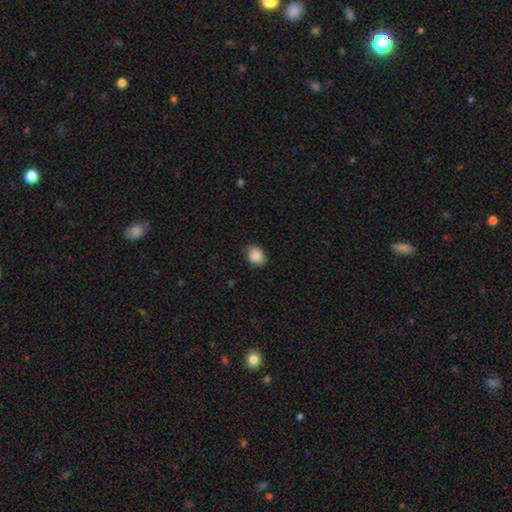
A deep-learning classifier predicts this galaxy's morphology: Overall: smooth (87%). How rounded: in between (55%; round 44%). Merging: none (78%).